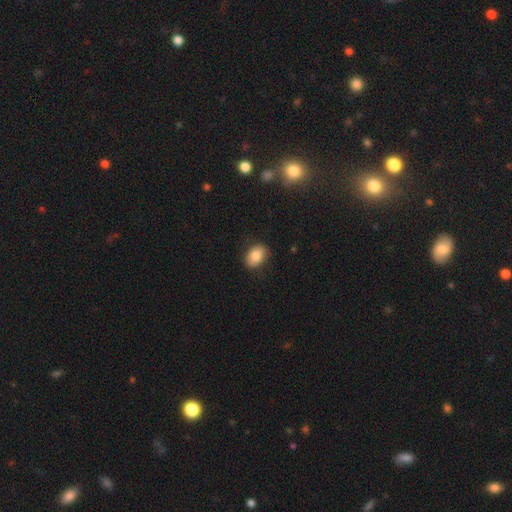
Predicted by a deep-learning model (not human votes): A smooth galaxy with no disk features (84%) that is in between round and cigar-shaped (76%). Merging: none (85%).